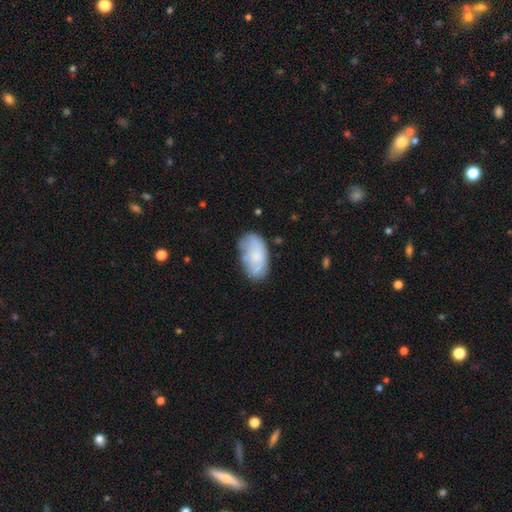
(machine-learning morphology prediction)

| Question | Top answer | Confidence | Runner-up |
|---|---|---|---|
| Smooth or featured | smooth | 69% | featured or disk (24%) |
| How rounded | in between | 94% | round (4%) |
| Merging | none | 60% | minor disturbance (26%) |